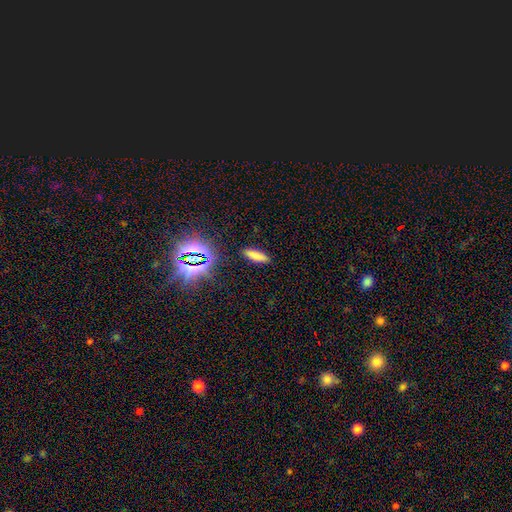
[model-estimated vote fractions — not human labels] Smooth or featured?
  - smooth: 76% *
  - star or artifact: 17%
  - featured or disk: 7%
How rounded?
  - cigar-shaped: 57% *
  - in between: 40%
  - round: 3%
Merging?
  - none: 89% *
  - minor disturbance: 7%
  - major disturbance: 2%
  - merger: 2%